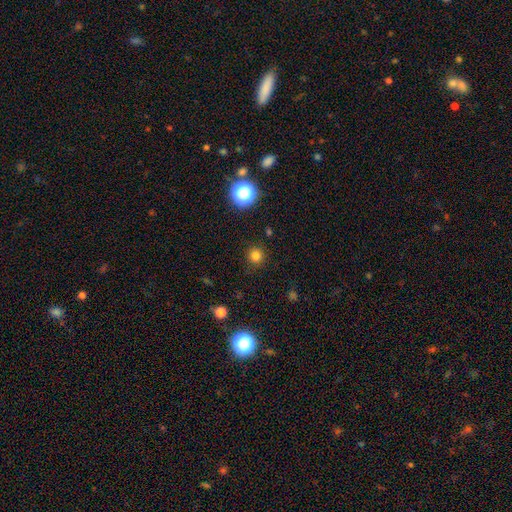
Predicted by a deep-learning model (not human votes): Smooth or featured: smooth — 79% (star or artifact — 16%)
How rounded: round — 94% (in between — 5%)
Merging: none — 90% (minor disturbance — 6%)